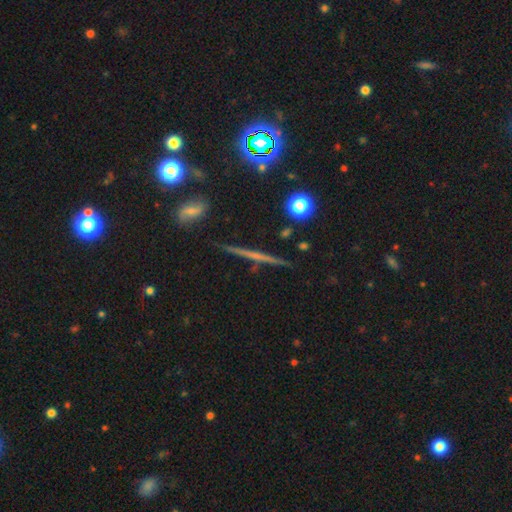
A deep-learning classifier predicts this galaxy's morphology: Smooth or featured: featured or disk — 64% (smooth — 24%)
Edge-on disk: yes — 97% (no — 3%)
Edge-on bulge: none — 76% (rounded — 17%)
Merging: none — 90% (minor disturbance — 7%)